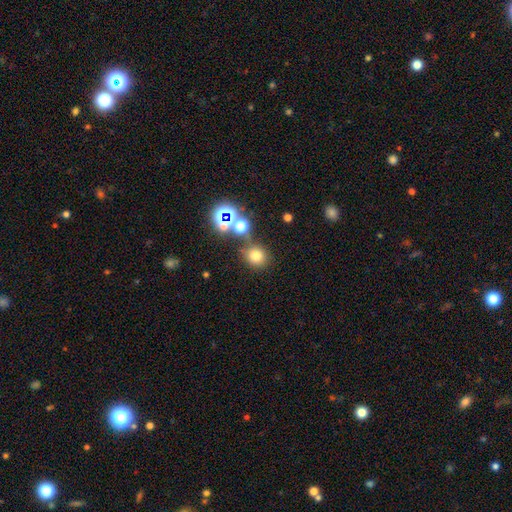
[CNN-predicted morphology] Q: Smooth or featured?
A: smooth (71%); runner-up: star or artifact (22%)
Q: How rounded?
A: round (87%); runner-up: in between (12%)
Q: Merging?
A: none (69%); runner-up: merger (15%)